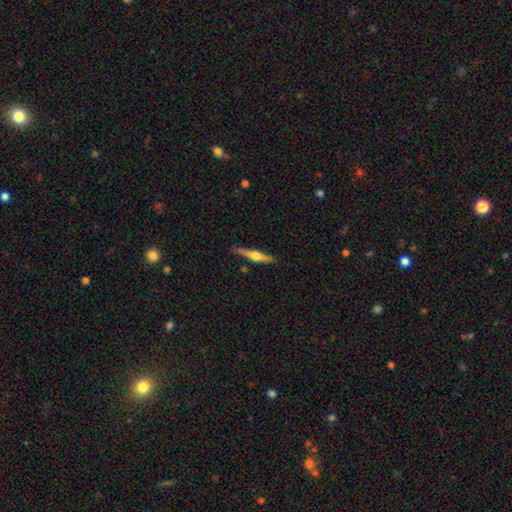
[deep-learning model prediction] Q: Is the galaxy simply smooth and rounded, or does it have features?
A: featured or disk — 65%.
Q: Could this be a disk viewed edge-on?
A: yes — 97%.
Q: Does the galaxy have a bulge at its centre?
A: rounded — 92%.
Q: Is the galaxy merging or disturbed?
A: none — 84%.